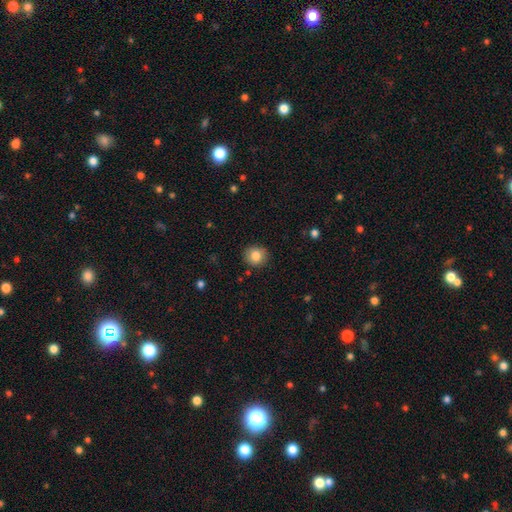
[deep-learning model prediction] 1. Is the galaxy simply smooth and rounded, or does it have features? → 83% smooth, 9% star or artifact, 8% featured or disk.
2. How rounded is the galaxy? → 85% round, 14% in between, 1% cigar-shaped.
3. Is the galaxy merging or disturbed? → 89% none, 8% minor disturbance, 2% major disturbance, 1% merger.